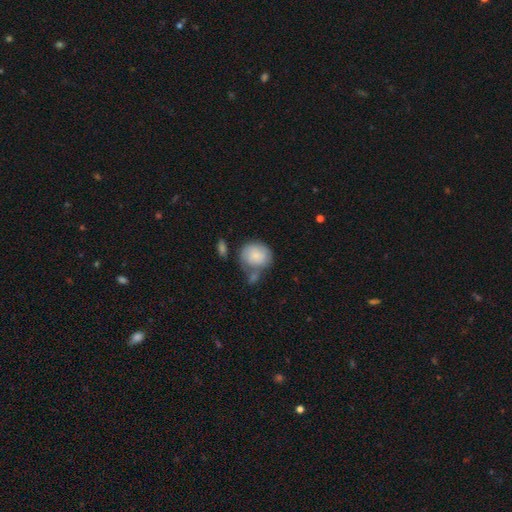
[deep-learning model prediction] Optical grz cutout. It shows a smooth galaxy with no disk features (80%) that is round (76%). Merging: none (43%).